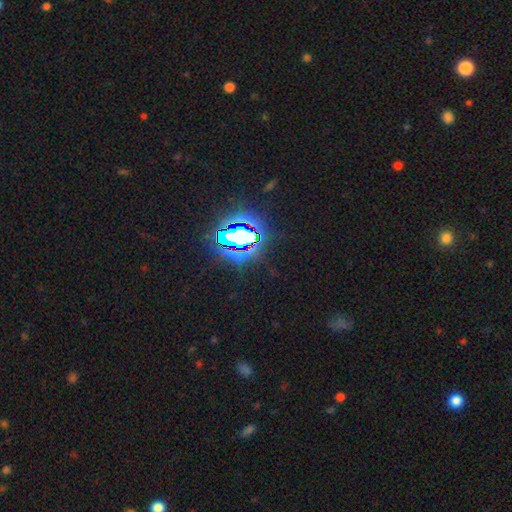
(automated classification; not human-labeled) Smooth or featured? Predicted: star or artifact (p=0.80).